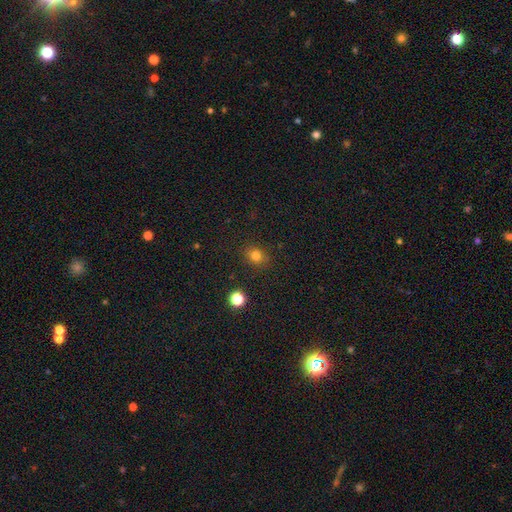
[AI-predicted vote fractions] Overall: smooth (79%). How rounded: round (62%; in between 37%). Merging: none (86%).